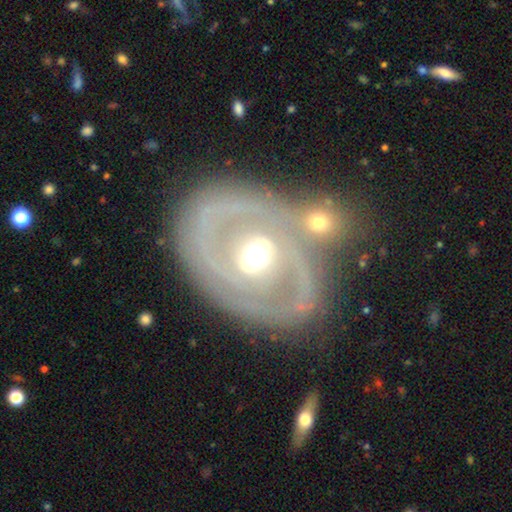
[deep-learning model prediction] Overall: featured or disk (77%). Edge-on disk: no (95%). Bar: no (48%; weak 32%). Spiral arms: yes (57%; no 43%). Bulge size: moderate (73%). Merging: none (48%; merger 27%).